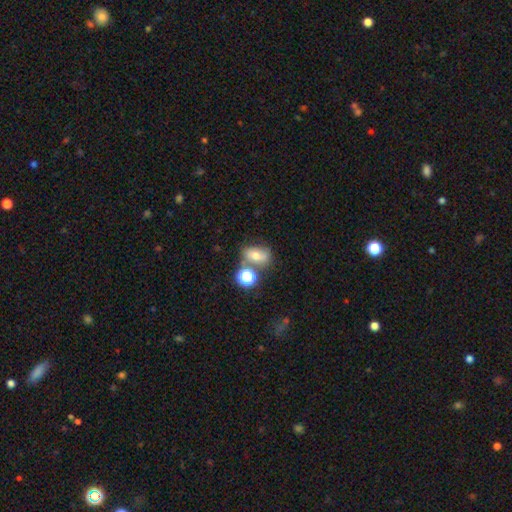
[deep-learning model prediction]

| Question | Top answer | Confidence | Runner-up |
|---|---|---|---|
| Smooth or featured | smooth | 61% | featured or disk (21%) |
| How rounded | in between | 69% | round (28%) |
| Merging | none | 53% | merger (24%) |